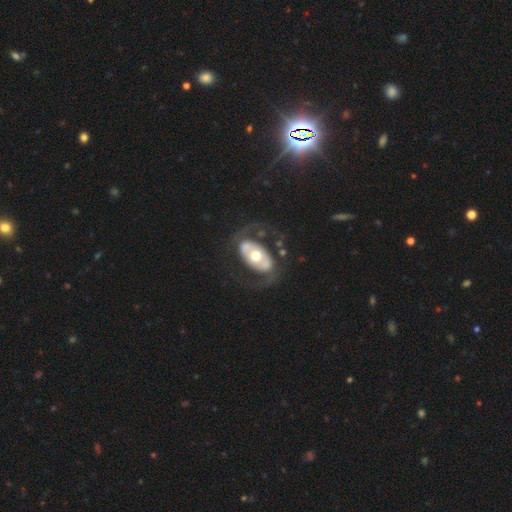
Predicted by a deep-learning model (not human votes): Smooth or featured? Predicted: featured or disk (p=0.75). Edge-on disk? Predicted: no (p=0.95). Bar? Predicted: no (p=0.60). Spiral arms? Predicted: yes (p=0.65). Bulge size? Predicted: moderate (p=0.68). Merging? Predicted: none (p=0.67).